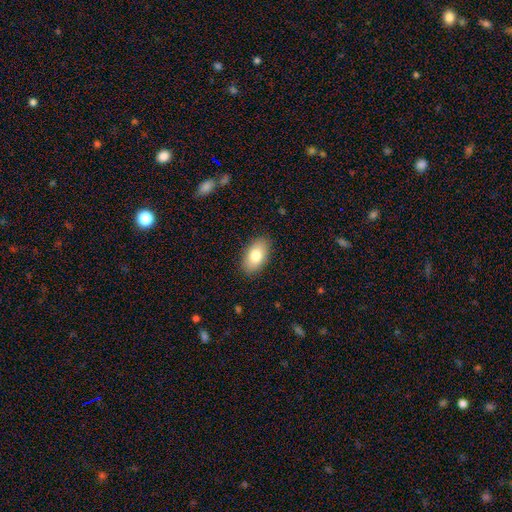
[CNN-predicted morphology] Q: Smooth or featured?
A: smooth (80%); runner-up: featured or disk (13%)
Q: How rounded?
A: in between (94%); runner-up: round (4%)
Q: Merging?
A: none (87%); runner-up: minor disturbance (10%)